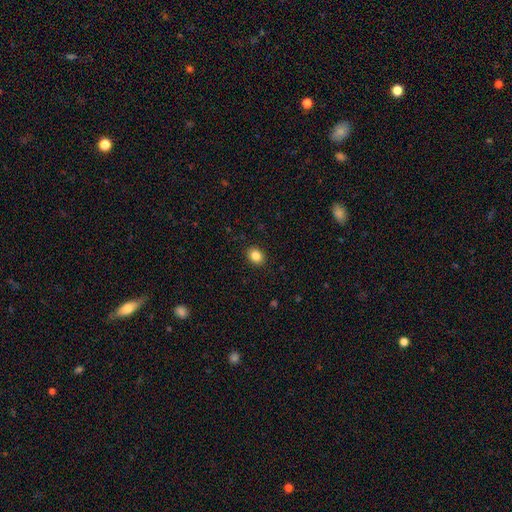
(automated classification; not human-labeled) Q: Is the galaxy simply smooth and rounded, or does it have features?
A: smooth — 85%.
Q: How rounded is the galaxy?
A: round — 55%.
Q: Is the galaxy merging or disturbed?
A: none — 91%.